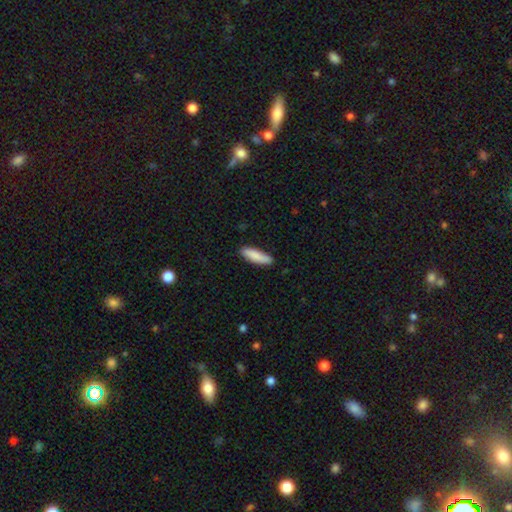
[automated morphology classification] Smooth or featured?
  - smooth: 87% *
  - featured or disk: 8%
  - star or artifact: 5%
How rounded?
  - cigar-shaped: 63% *
  - in between: 36%
  - round: 1%
Merging?
  - none: 86% *
  - minor disturbance: 11%
  - major disturbance: 2%
  - merger: 1%